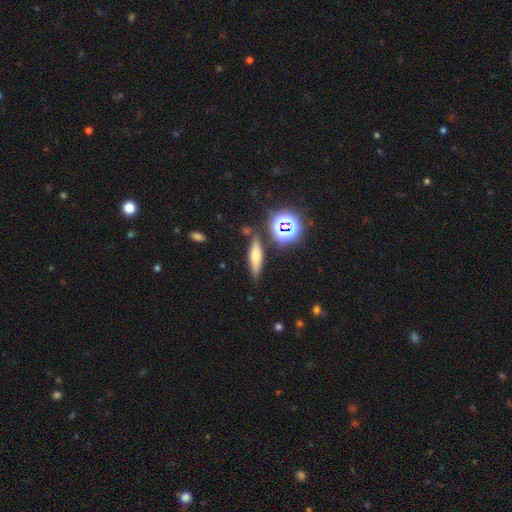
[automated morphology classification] A smooth galaxy with no disk features (61%) that is cigar-shaped (63%). Merging: none (78%).